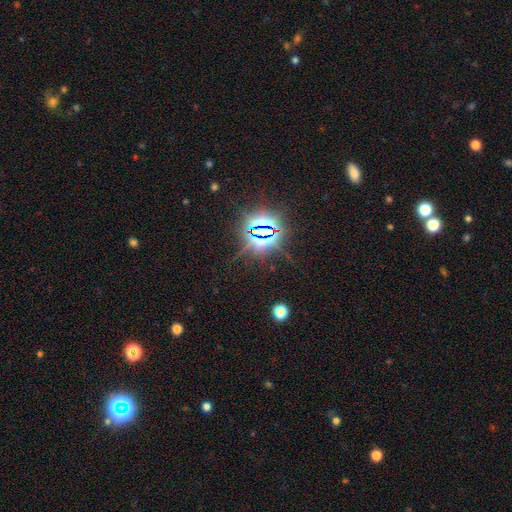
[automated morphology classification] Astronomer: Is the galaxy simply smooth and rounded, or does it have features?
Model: star or artifact — 82%.